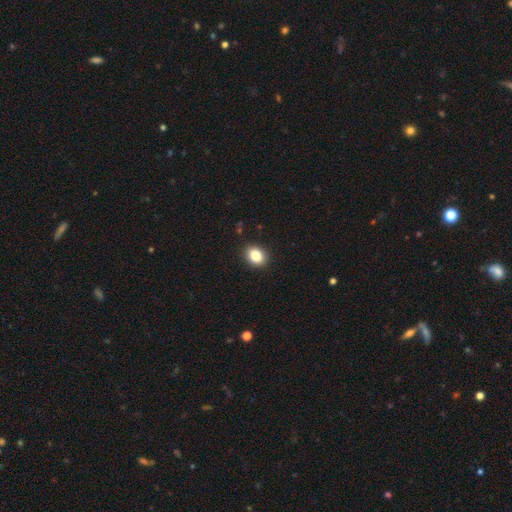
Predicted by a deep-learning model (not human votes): A smooth galaxy with no disk features (84%) that is in between round and cigar-shaped (57%). Merging: none (90%).